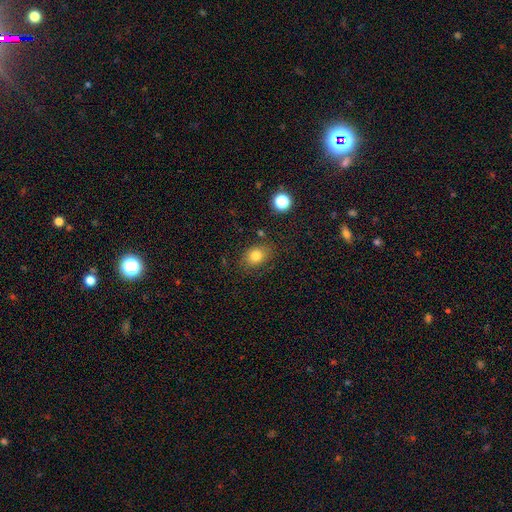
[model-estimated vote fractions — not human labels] A smooth galaxy with no disk features (81%) that is in between round and cigar-shaped (61%). Merging: none (78%).